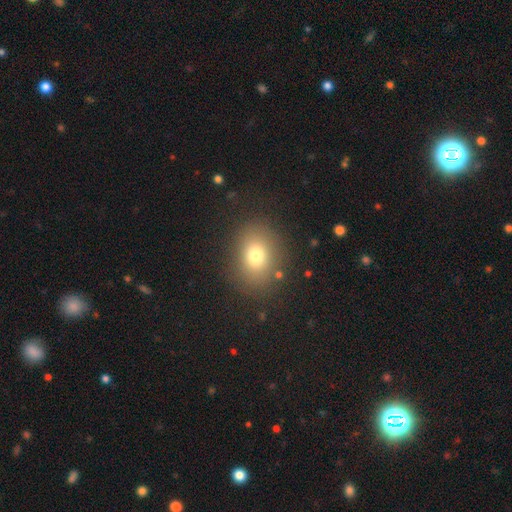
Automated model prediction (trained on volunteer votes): Smooth or featured? Predicted: smooth (p=0.75). How rounded? Predicted: round (p=0.52). Merging? Predicted: none (p=0.83).